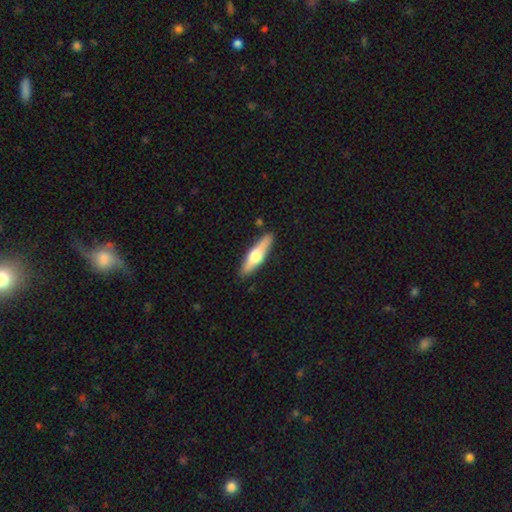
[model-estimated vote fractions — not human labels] Smooth or featured: smooth — 50% (featured or disk — 45%)
How rounded: cigar-shaped — 71% (in between — 27%)
Merging: none — 87% (minor disturbance — 9%)